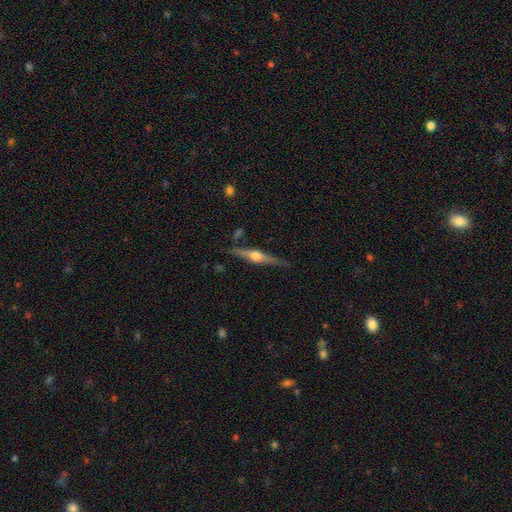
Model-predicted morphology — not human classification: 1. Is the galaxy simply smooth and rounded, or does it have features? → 78% featured or disk, 17% smooth, 6% star or artifact.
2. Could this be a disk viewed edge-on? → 97% yes, 3% no.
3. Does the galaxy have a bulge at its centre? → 94% rounded, 4% boxy, 2% none.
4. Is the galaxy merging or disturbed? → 83% none, 12% minor disturbance, 3% major disturbance, 2% merger.